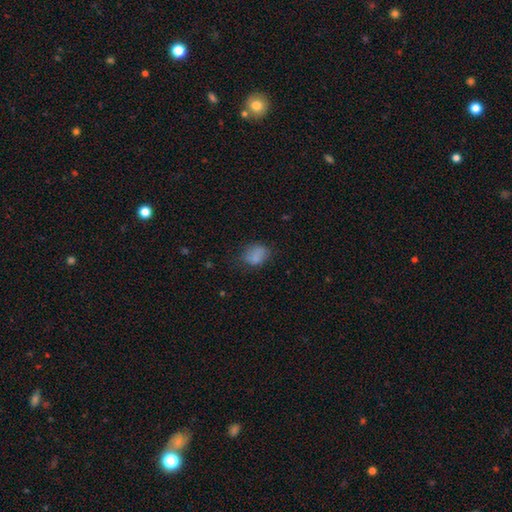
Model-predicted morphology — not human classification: Overall: smooth (80%). How rounded: in between (62%; round 37%). Merging: none (62%; minor disturbance 27%).